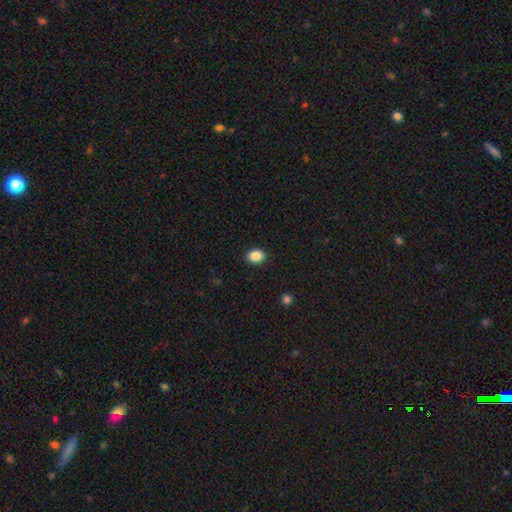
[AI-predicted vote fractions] The model was most divided on "how rounded": in between: 56%, round: 43%, cigar-shaped: 1%. More confident: merging — none (90%); smooth or featured — smooth (87%).